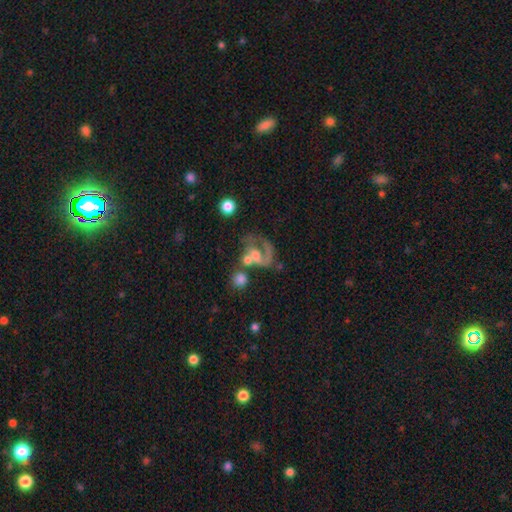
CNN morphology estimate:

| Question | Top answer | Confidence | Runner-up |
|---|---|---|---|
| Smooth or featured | featured or disk | 60% | smooth (29%) |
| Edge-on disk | no | 97% | yes (3%) |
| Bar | no | 63% | weak (26%) |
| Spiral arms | yes | 63% | no (37%) |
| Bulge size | moderate | 46% | small (20%) |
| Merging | merger | 36% | major disturbance (29%) |